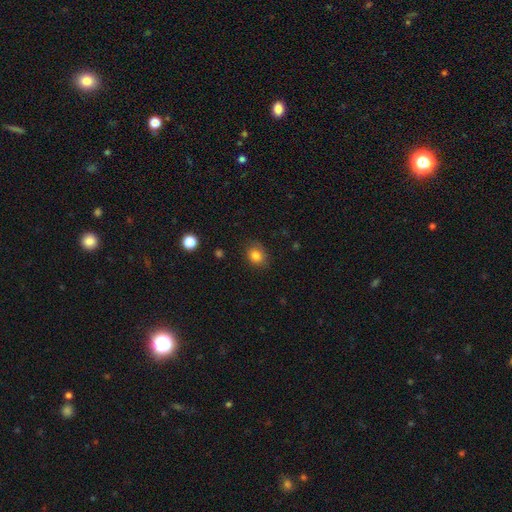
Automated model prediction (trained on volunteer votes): Smooth or featured: smooth — 83% (star or artifact — 11%)
How rounded: round — 62% (in between — 37%)
Merging: none — 80% (minor disturbance — 15%)